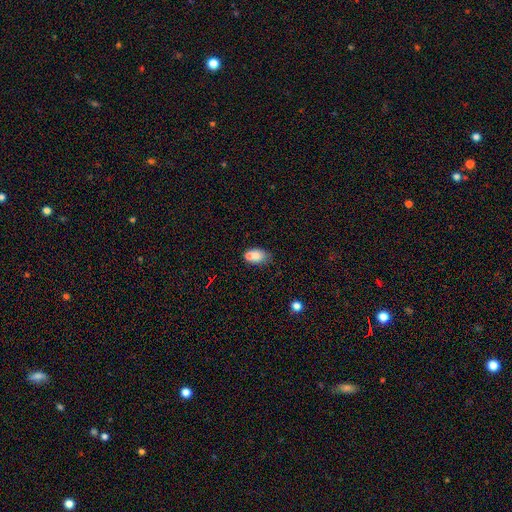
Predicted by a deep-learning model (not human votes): The model was most divided on "merging": none: 47%, minor disturbance: 23%, merger: 23%, major disturbance: 7%. More confident: how rounded — in between (88%); smooth or featured — smooth (79%).